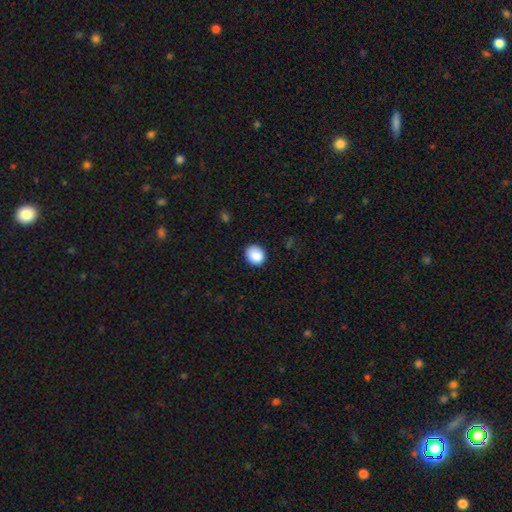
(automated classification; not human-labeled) This is clearly a smooth galaxy (88%). How rounded: likely round (75%). Merging: clearly none (86%).